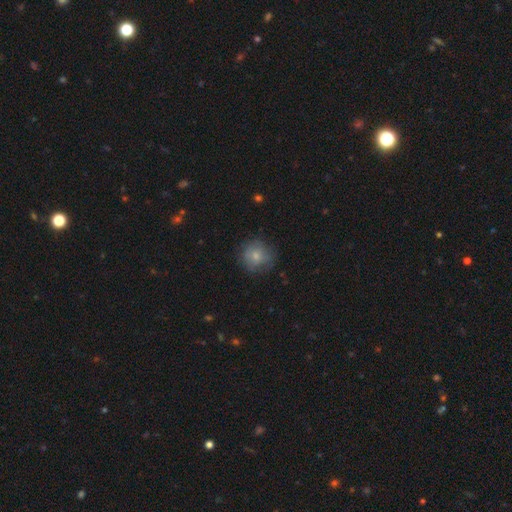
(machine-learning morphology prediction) This is likely a smooth galaxy (75%). How rounded: clearly round (90%). Merging: likely none (74%).